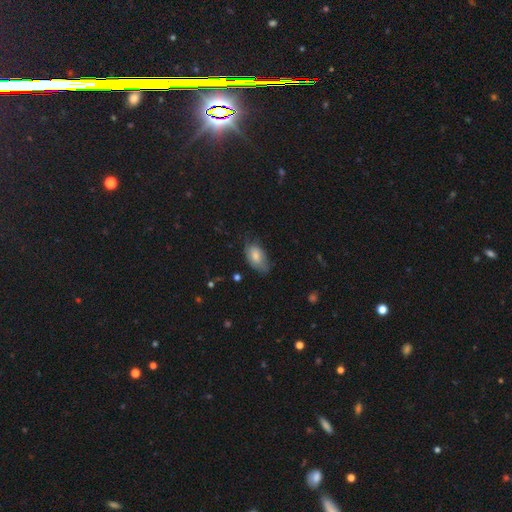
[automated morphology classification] This is likely a smooth galaxy (77%). How rounded: clearly in between (93%). Merging: possibly none (55%).